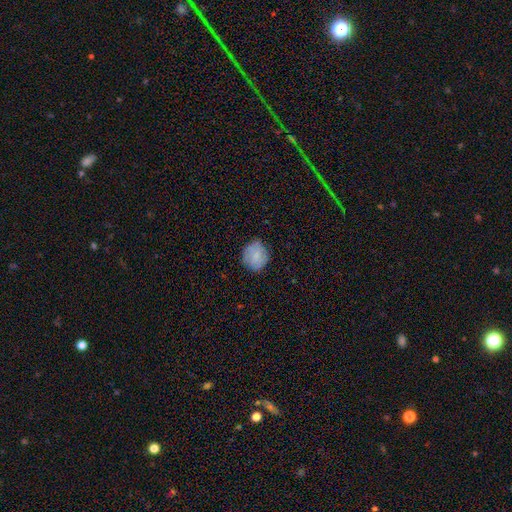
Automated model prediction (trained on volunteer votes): Smooth or featured: smooth — 71% (featured or disk — 21%)
How rounded: round — 79% (in between — 20%)
Merging: none — 77% (minor disturbance — 18%)